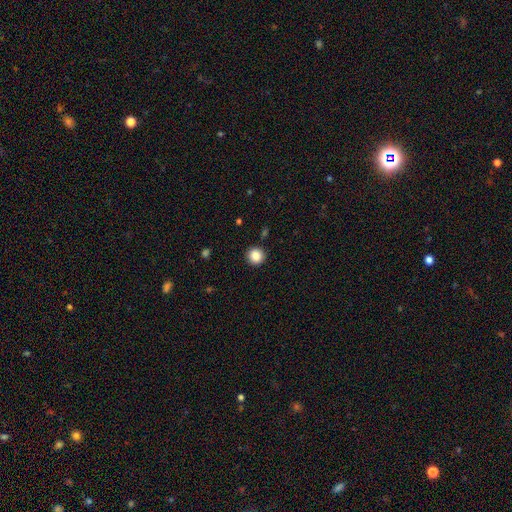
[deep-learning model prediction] smooth_or_featured: smooth (p=0.86) [alt: star or artifact p=0.10]
how_rounded: round (p=0.94) [alt: in between p=0.05]
merging: none (p=0.92) [alt: minor disturbance p=0.05]